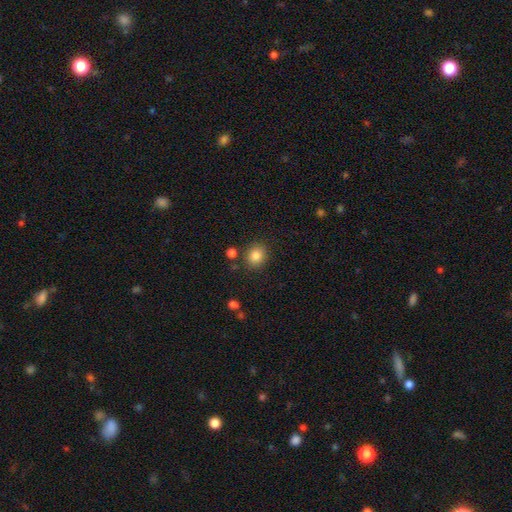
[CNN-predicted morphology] This appears to be a smooth galaxy with no disk features (85%) that is round (75%). Merging: none (82%).